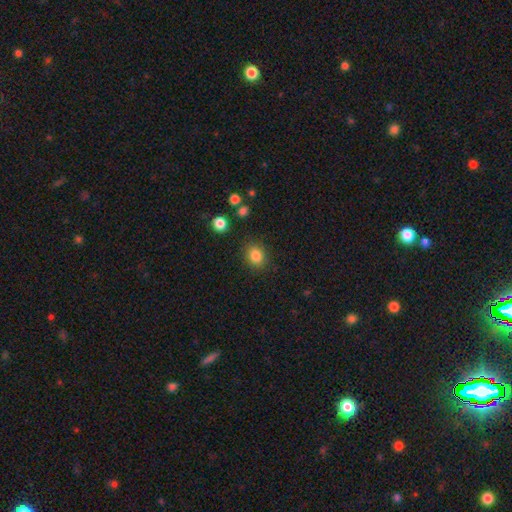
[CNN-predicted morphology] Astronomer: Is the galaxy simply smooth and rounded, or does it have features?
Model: smooth — 85%.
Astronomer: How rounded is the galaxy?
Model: round — 62% (runner-up: in between, 37%).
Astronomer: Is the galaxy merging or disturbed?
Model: none — 85%.